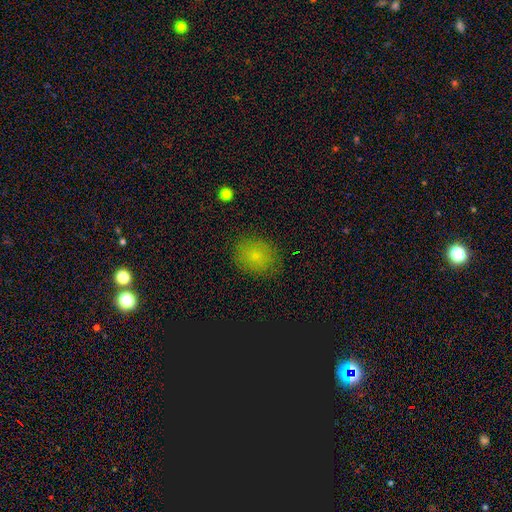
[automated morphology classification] smooth-or-featured: smooth: 75% | star or artifact: 14% | featured or disk: 11%
  how-rounded: round: 63% | in between: 36% | cigar-shaped: 1%
  merging: none: 80% | minor disturbance: 15% | major disturbance: 4% | merger: 1%